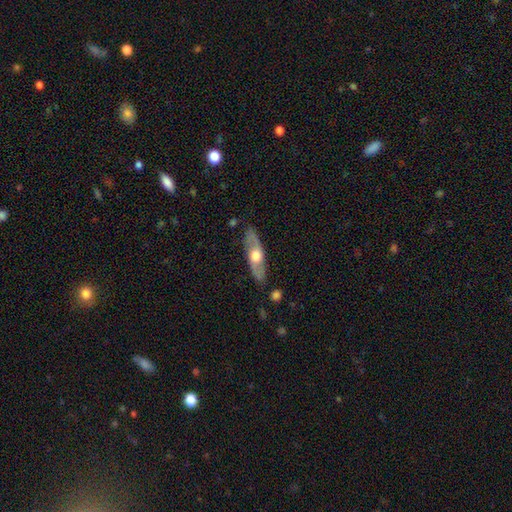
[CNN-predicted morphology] Smooth or featured? featured or disk (55%)
Edge-on disk? no (52%)
Merging? none (83%)